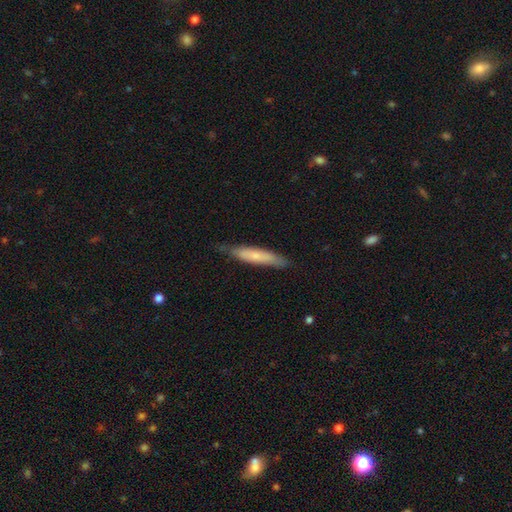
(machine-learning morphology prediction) This is likely a smooth galaxy (64%). How rounded: clearly cigar-shaped (87%). Merging: likely none (73%).